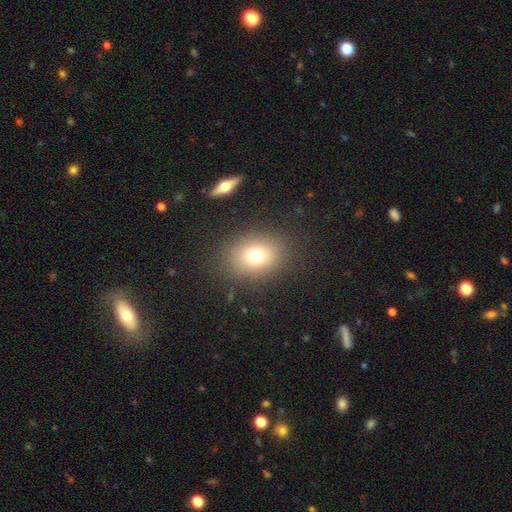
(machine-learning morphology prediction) This is likely a smooth galaxy (72%). How rounded: possibly in between (53%). Merging: clearly none (84%).